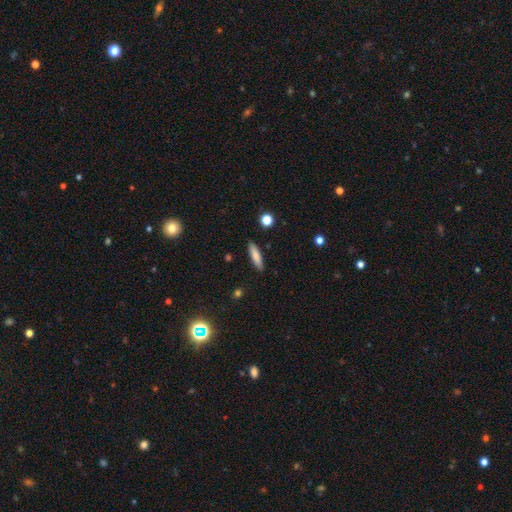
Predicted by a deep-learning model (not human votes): smooth 80%, featured or disk 13%, star or artifact 7%. Down the decision tree: how rounded — cigar-shaped (77%); merging — none (90%).